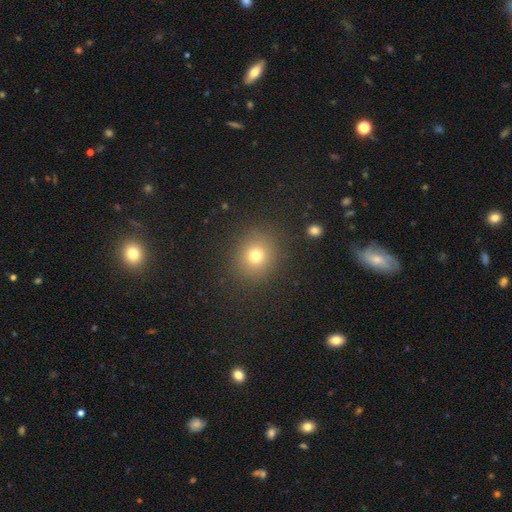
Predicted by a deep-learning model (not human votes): This appears to be a smooth galaxy with no disk features (75%) that is round (81%). Merging: none (88%).